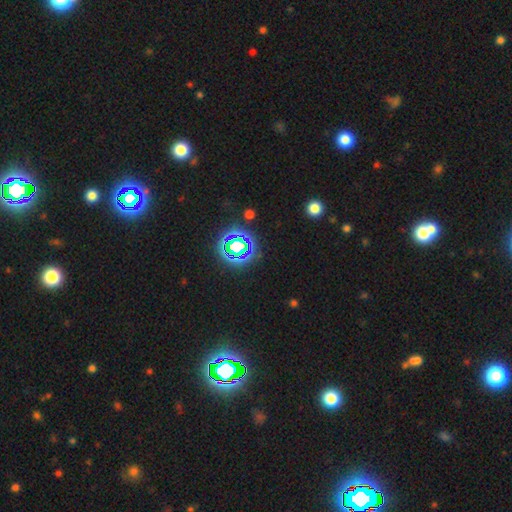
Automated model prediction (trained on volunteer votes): Overall: star or artifact (78%).